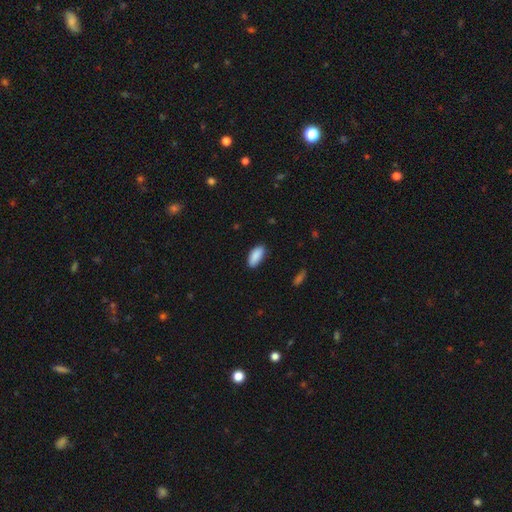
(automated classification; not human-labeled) Q: Smooth or featured?
A: smooth (90%); runner-up: star or artifact (6%)
Q: How rounded?
A: in between (89%); runner-up: cigar-shaped (9%)
Q: Merging?
A: none (87%); runner-up: minor disturbance (10%)